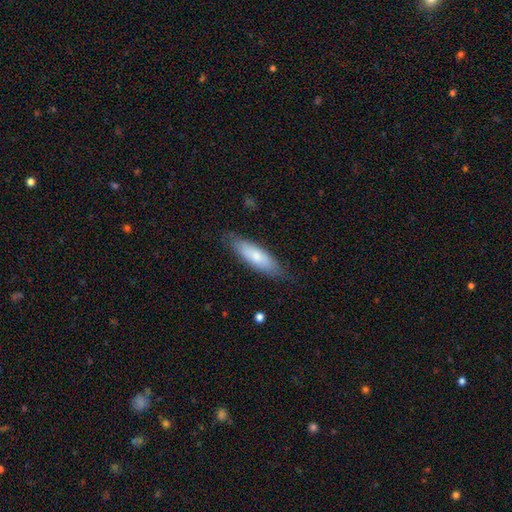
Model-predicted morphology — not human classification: Smooth or featured: smooth — 71% (featured or disk — 23%)
How rounded: cigar-shaped — 57% (in between — 41%)
Merging: none — 80% (minor disturbance — 16%)